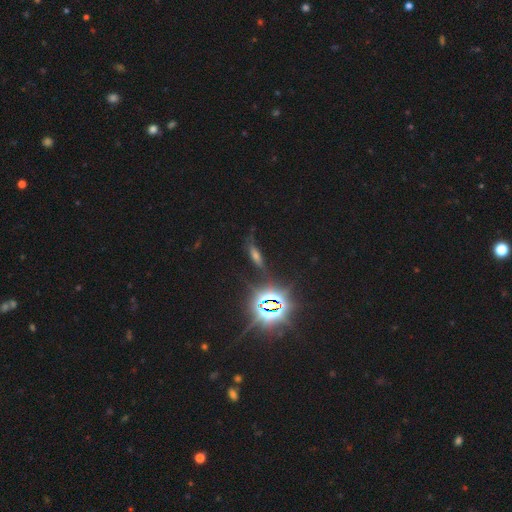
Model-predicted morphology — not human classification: smooth_or_featured: star or artifact (p=0.50) [alt: featured or disk p=0.30]